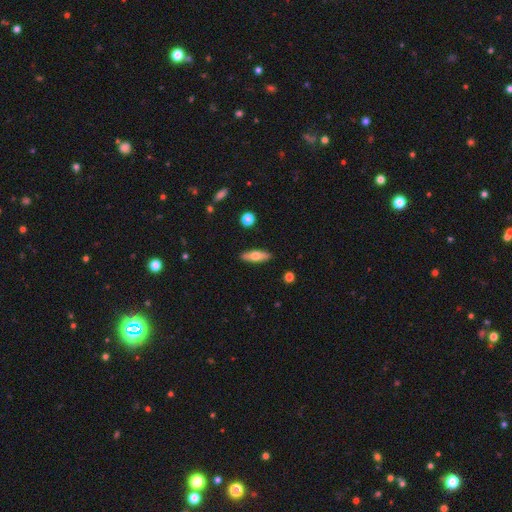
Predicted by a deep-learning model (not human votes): Smooth or featured: smooth — 66% (featured or disk — 28%)
How rounded: in between — 51% (cigar-shaped — 47%)
Merging: none — 89% (minor disturbance — 8%)